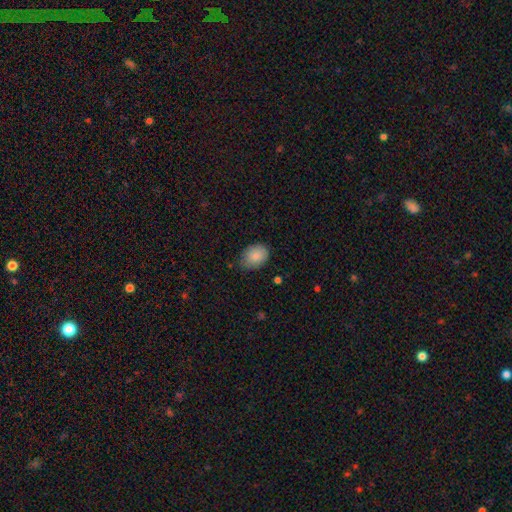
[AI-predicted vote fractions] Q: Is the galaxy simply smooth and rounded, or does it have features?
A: smooth — 86%.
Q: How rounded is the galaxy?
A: in between — 74%.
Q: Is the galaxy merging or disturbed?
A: none — 73%.